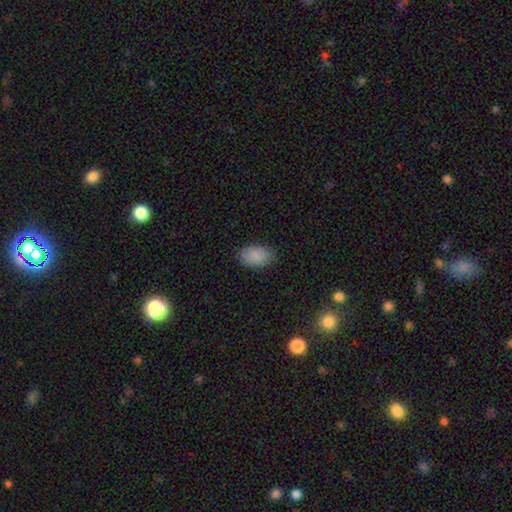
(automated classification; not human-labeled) Smooth or featured? smooth (88%)
How rounded? in between (92%)
Merging? none (83%)